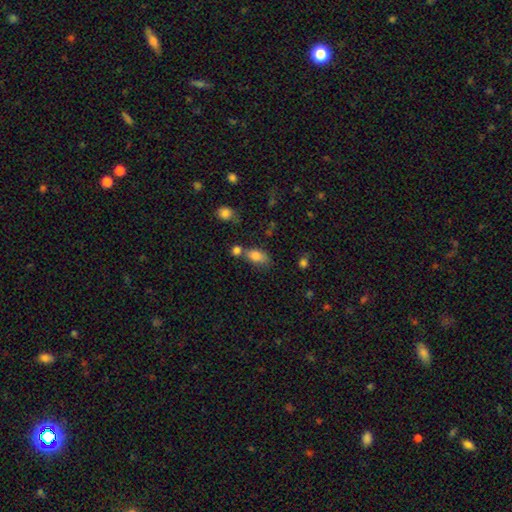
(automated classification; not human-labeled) smooth 81%, star or artifact 9%, featured or disk 9%. Down the decision tree: how rounded — in between (85%); merging — none (50%).